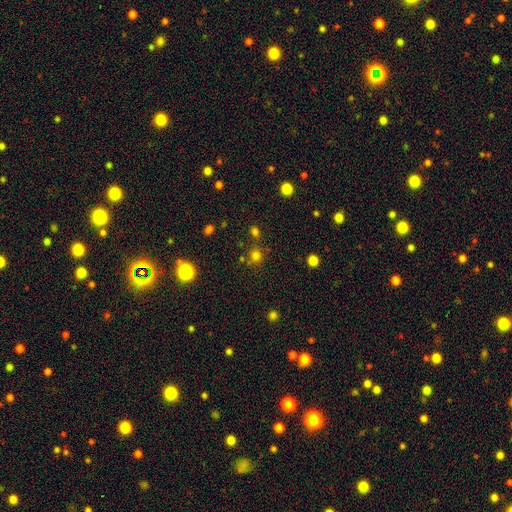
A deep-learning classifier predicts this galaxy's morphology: Smooth or featured? smooth (73%)
How rounded? round (90%)
Merging? none (77%)